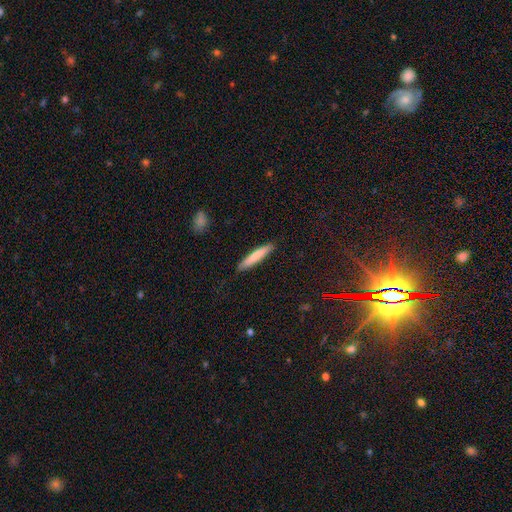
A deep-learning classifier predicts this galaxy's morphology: A smooth galaxy with no disk features (77%) that is cigar-shaped (92%). Merging: none (88%).